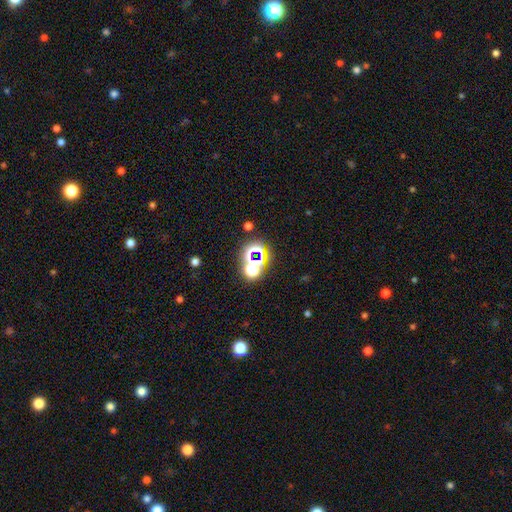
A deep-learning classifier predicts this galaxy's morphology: Overall: star or artifact (63%; smooth 27%).